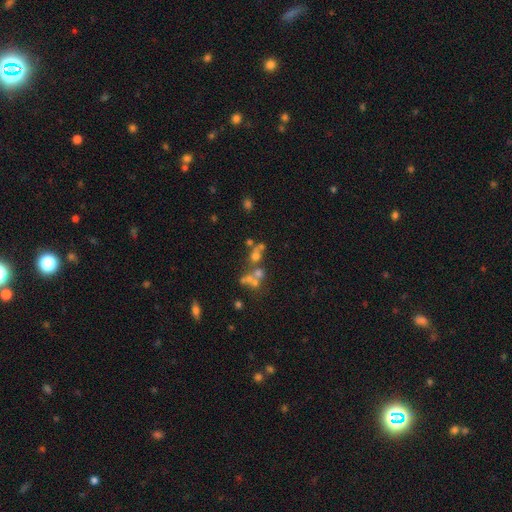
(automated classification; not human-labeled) A smooth galaxy with no disk features (43%).

Vote fractions:
- Smooth or featured? smooth: 43% / featured or disk: 33% / star or artifact: 24%
- Merging? merger: 45% / none: 37% / major disturbance: 9% / minor disturbance: 9%